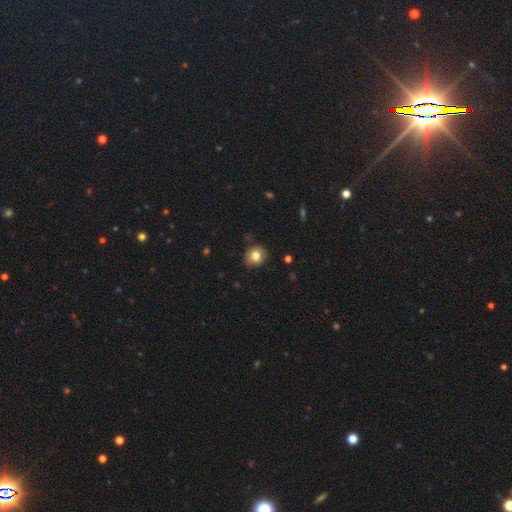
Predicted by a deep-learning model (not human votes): Overall: smooth (81%). How rounded: round (84%). Merging: none (85%).